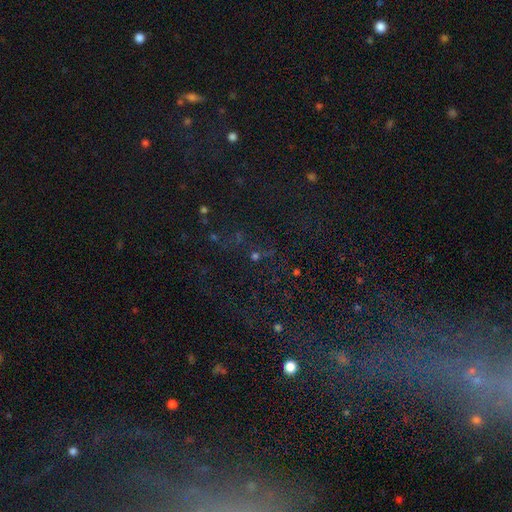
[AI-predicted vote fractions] star or artifact 68%, smooth 21%, featured or disk 11%.